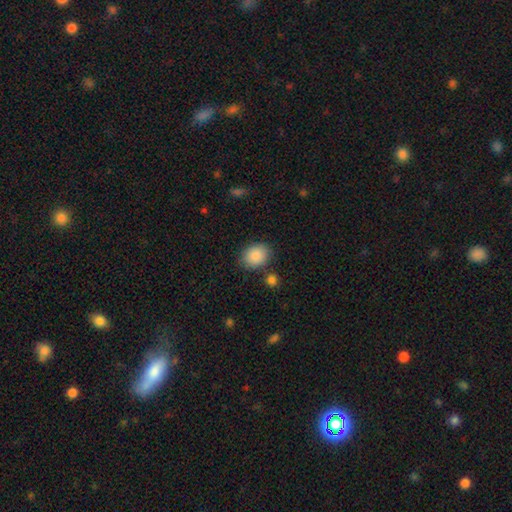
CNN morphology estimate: Q: Smooth or featured?
A: smooth (88%); runner-up: star or artifact (7%)
Q: How rounded?
A: in between (60%); runner-up: round (39%)
Q: Merging?
A: none (81%); runner-up: minor disturbance (11%)